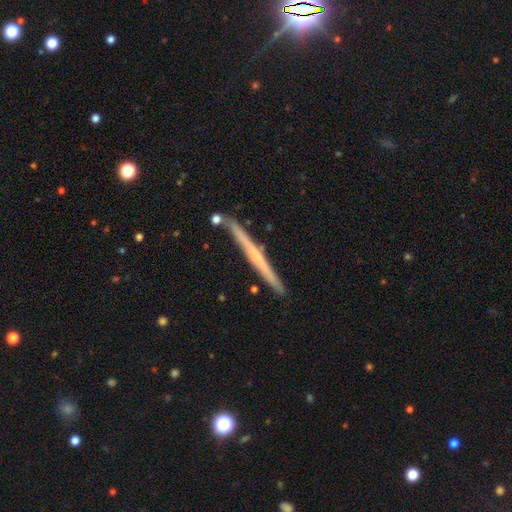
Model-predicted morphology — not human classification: Smooth or featured?
  - featured or disk: 59% *
  - smooth: 36%
  - star or artifact: 6%
Edge-on disk?
  - yes: 98% *
  - no: 2%
Edge-on bulge?
  - none: 78% *
  - rounded: 17%
  - boxy: 6%
Merging?
  - none: 88% *
  - minor disturbance: 8%
  - merger: 3%
  - major disturbance: 1%